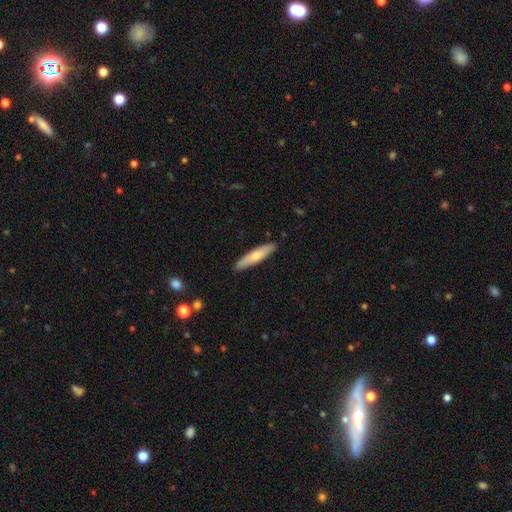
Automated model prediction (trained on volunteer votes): smooth-or-featured: smooth: 62% | featured or disk: 33% | star or artifact: 5%
  how-rounded: cigar-shaped: 83% | in between: 15% | round: 2%
  merging: none: 89% | minor disturbance: 9% | major disturbance: 1% | merger: 1%